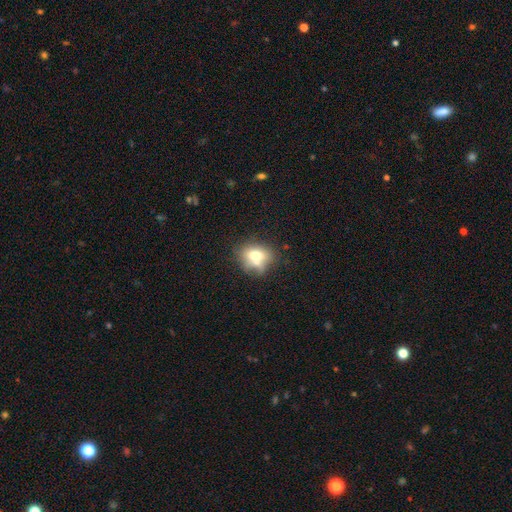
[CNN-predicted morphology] type=smooth (67%); roundness=in between (50%); merging=none (53%).